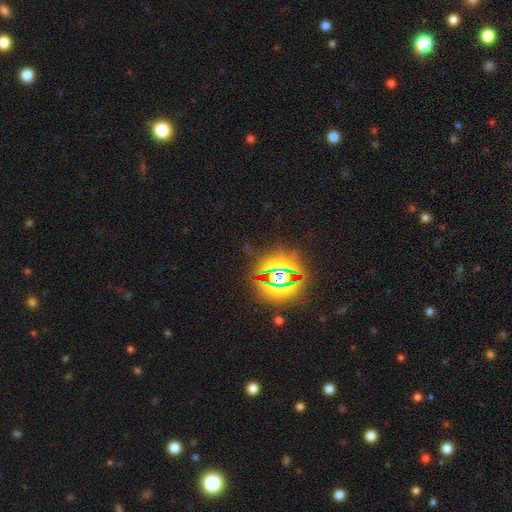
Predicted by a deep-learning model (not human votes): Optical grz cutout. It shows a star or artifact, not a galaxy (83%).